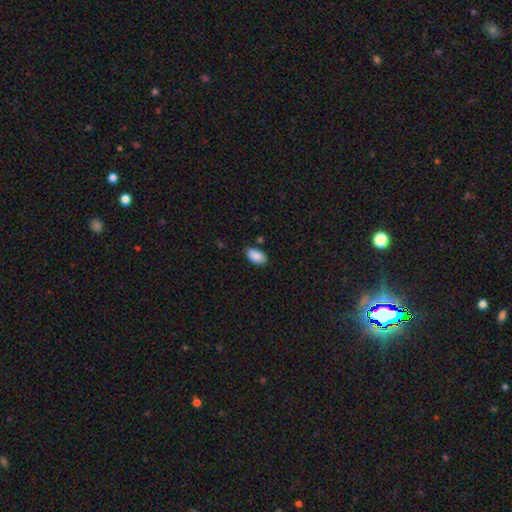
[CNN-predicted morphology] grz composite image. It shows a smooth galaxy with no disk features (89%) that is in between round and cigar-shaped (95%). Merging: none (81%).